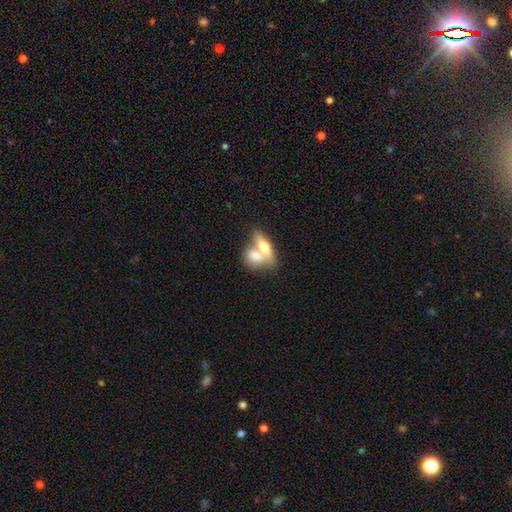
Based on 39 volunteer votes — Morphology: type=smooth (67%); roundness=in between (88%); merging=merger (80%).